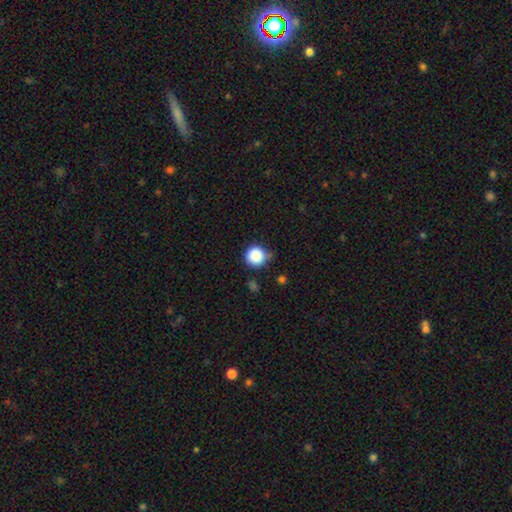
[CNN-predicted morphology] A smooth galaxy with no disk features (86%) that is round (94%). Merging: none (74%).